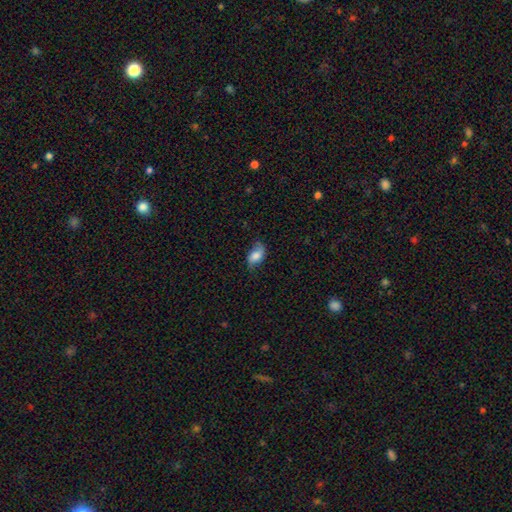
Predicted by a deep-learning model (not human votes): smooth_or_featured: smooth (p=0.67) [alt: featured or disk p=0.24]
how_rounded: in between (p=0.88) [alt: round p=0.09]
merging: none (p=0.63) [alt: minor disturbance p=0.27]